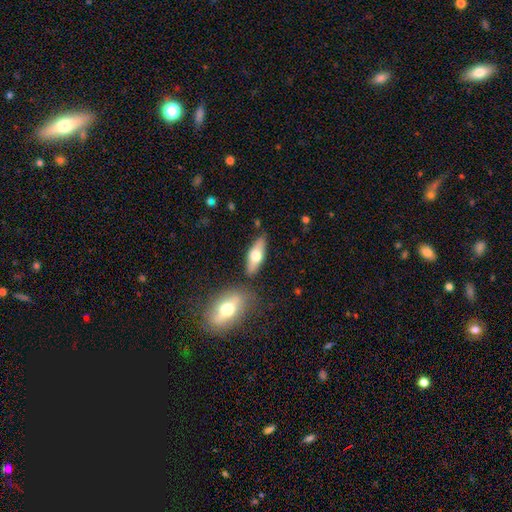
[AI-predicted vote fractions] Morphology: type=smooth (57%); roundness=in between (63%); merging=none (78%).